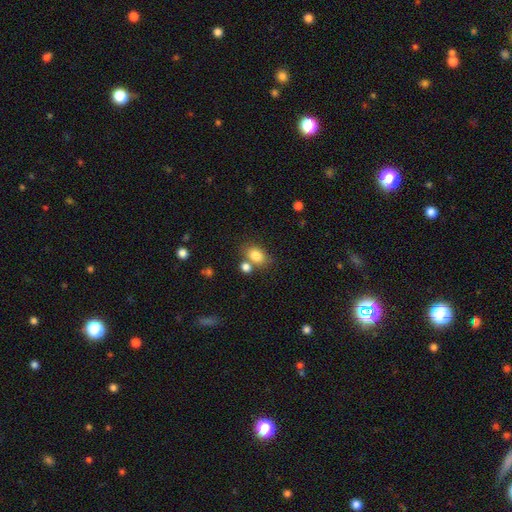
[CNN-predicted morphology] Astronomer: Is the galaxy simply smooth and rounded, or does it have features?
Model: smooth — 82%.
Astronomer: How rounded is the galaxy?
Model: in between — 75%.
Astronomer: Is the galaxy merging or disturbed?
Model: none — 61%.